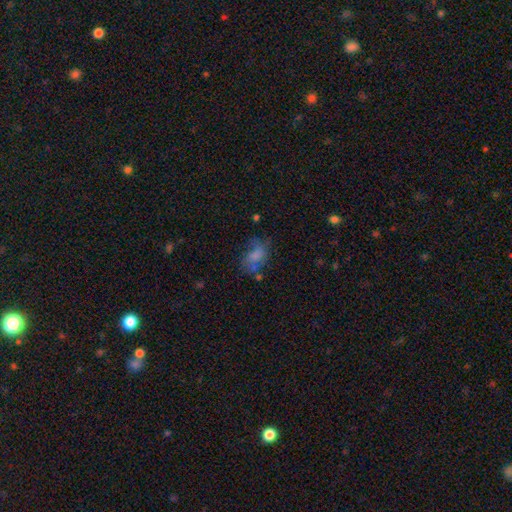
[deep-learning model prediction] Morphology: type=smooth (60%); roundness=in between (82%); merging=none (42%).